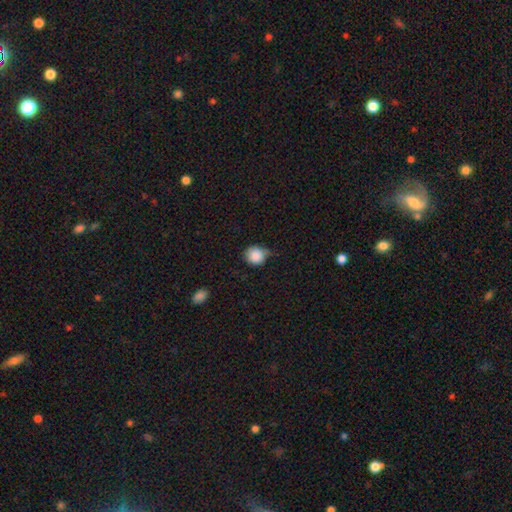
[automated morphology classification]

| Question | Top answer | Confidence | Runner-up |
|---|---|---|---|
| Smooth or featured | smooth | 86% | star or artifact (9%) |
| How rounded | round | 87% | in between (12%) |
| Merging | none | 55% | minor disturbance (36%) |